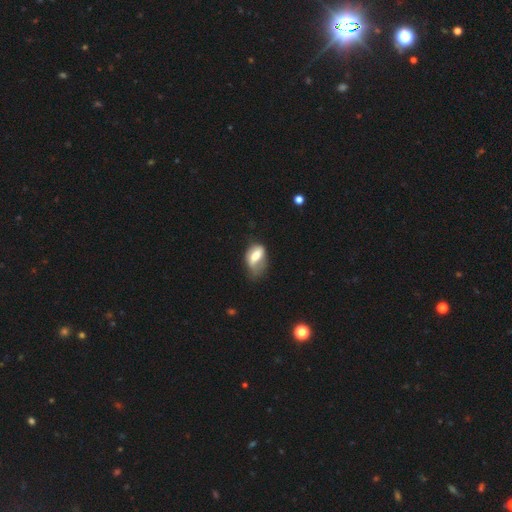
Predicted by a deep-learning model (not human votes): smooth-or-featured: smooth: 62% | featured or disk: 29% | star or artifact: 8%
  how-rounded: in between: 87% | round: 8% | cigar-shaped: 4%
  merging: minor disturbance: 38% | major disturbance: 31% | none: 26% | merger: 4%